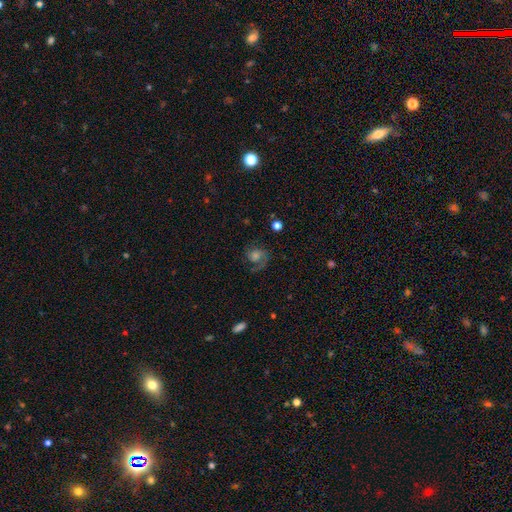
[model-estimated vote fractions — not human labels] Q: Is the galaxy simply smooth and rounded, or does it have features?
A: featured or disk — 71%.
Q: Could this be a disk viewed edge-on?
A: no — 98%.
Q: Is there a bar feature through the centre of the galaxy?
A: no — 65%.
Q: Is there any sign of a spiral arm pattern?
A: yes — 93%.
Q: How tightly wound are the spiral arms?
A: medium — 48%.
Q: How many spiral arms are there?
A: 2 — 48%.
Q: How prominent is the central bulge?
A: moderate — 41%.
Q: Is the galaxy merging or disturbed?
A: none — 63%.